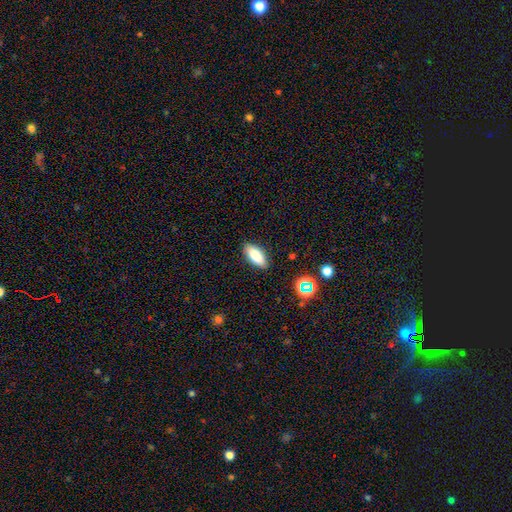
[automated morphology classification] A smooth galaxy with no disk features (83%) that is in between round and cigar-shaped (82%).

Vote fractions:
- Smooth or featured? smooth: 83% / star or artifact: 9% / featured or disk: 8%
- How rounded? in between: 82% / cigar-shaped: 16% / round: 2%
- Merging? none: 86% / minor disturbance: 10% / major disturbance: 2% / merger: 1%